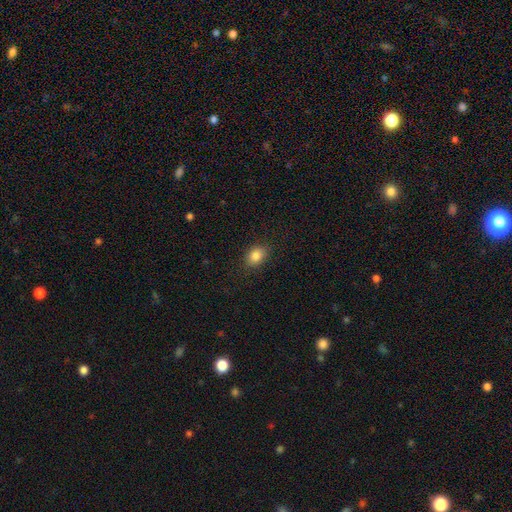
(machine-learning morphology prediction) Smooth or featured?
  - smooth: 85% *
  - star or artifact: 9%
  - featured or disk: 6%
How rounded?
  - in between: 68% *
  - round: 31%
  - cigar-shaped: 1%
Merging?
  - none: 87% *
  - minor disturbance: 10%
  - major disturbance: 3%
  - merger: 1%